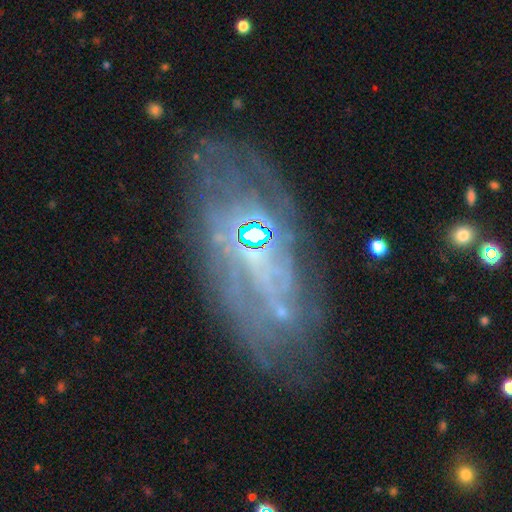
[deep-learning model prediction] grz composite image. It shows a featured or disk galaxy (77%) with no bar (56%), spiral arms (71%) and a moderate central bulge (50%). Merging: none (69%).